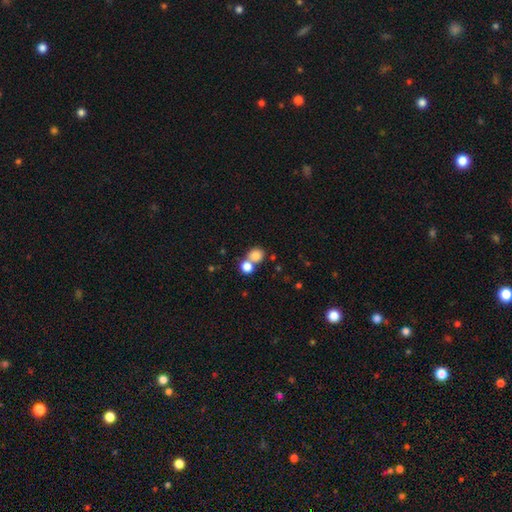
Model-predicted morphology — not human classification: Q: Smooth or featured?
A: smooth (81%); runner-up: star or artifact (11%)
Q: How rounded?
A: round (82%); runner-up: in between (17%)
Q: Merging?
A: merger (46%); runner-up: none (44%)